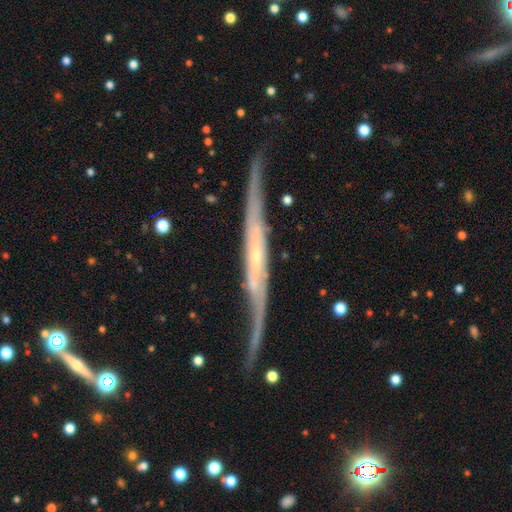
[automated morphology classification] featured or disk 82%, smooth 12%, star or artifact 6%. Down the decision tree: edge-on disk — yes (81%); edge-on bulge — none (65%); merging — none (64%).